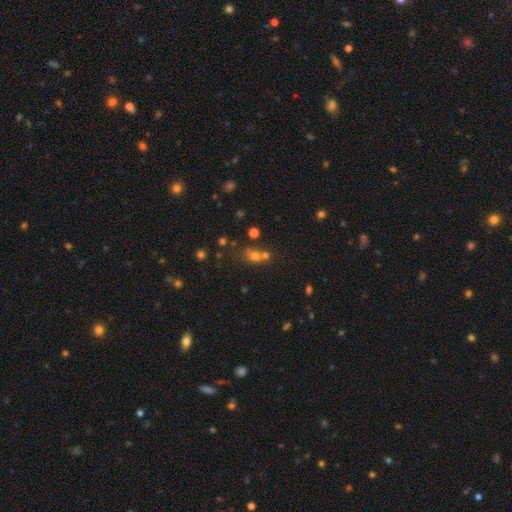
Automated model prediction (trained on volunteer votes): Smooth or featured? smooth (56%)
How rounded? round (58%)
Merging? none (49%)